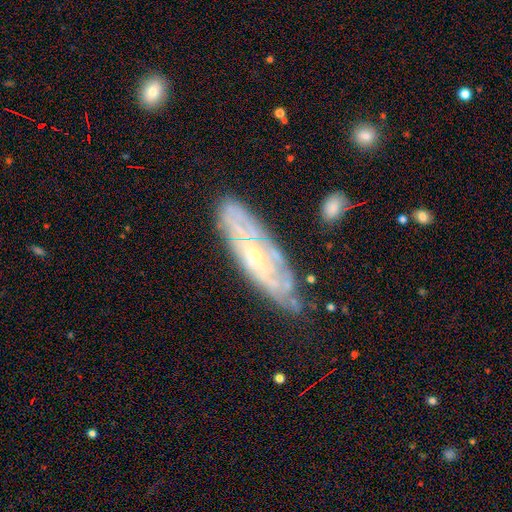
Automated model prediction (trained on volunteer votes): This is likely a featured or disk galaxy (76%). It is likely not viewed edge-on (75%). Bar: likely no (71%). Spiral arm pattern: likely yes (79%). Central bulge: likely small (73%). Merging: likely none (73%).